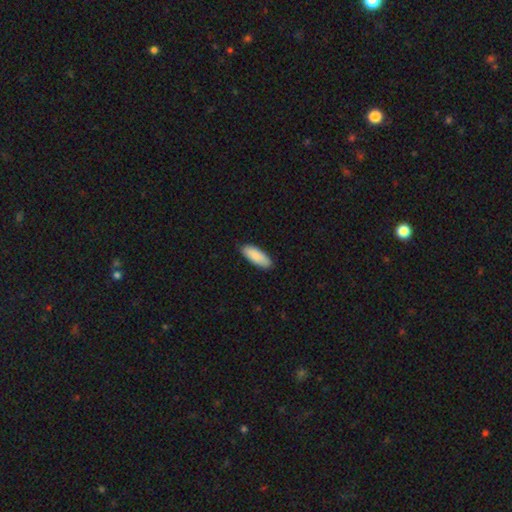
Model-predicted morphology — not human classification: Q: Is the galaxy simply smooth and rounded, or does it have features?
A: smooth — 90%.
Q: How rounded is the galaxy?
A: in between — 73%.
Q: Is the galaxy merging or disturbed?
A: none — 88%.